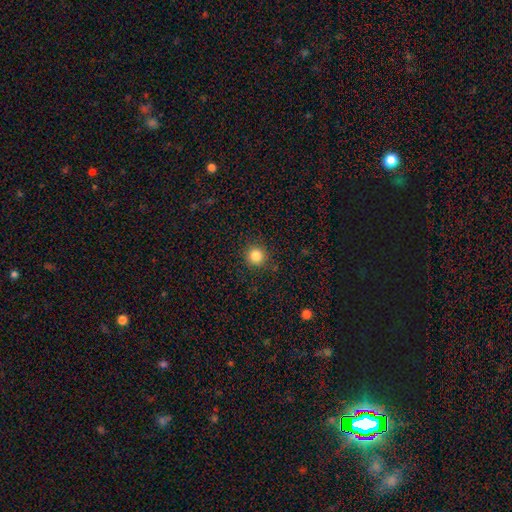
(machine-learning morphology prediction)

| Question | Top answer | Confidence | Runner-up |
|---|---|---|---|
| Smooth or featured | smooth | 85% | star or artifact (11%) |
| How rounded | round | 95% | in between (4%) |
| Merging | none | 90% | minor disturbance (7%) |